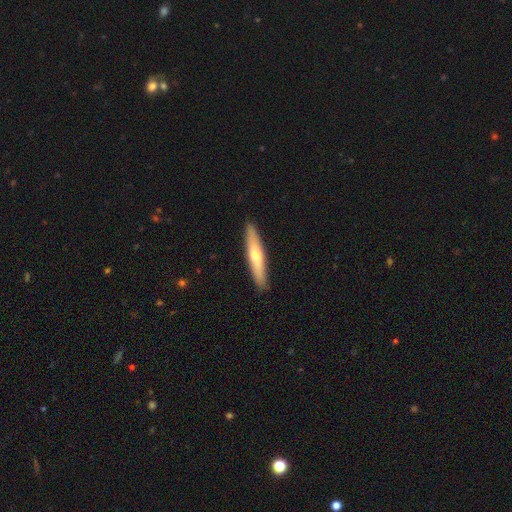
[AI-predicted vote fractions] This is possibly a smooth galaxy (52%). How rounded: clearly cigar-shaped (89%). Merging: clearly none (91%).